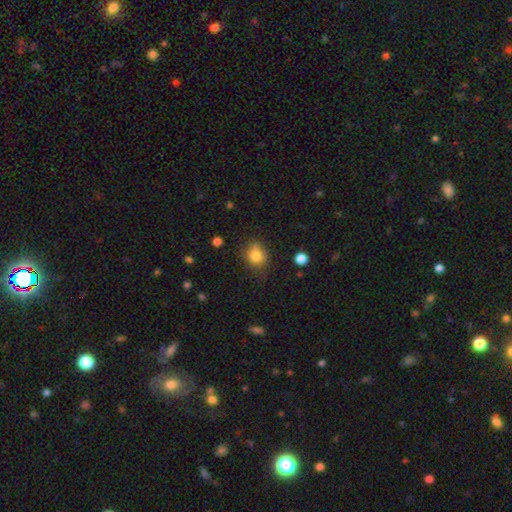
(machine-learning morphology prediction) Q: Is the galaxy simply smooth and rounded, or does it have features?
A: smooth — 80%.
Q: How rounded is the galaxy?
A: round — 73%.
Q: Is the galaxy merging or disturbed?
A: none — 63%.